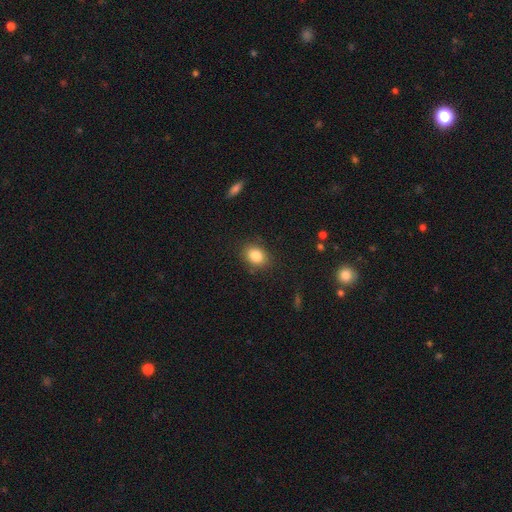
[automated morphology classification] This is clearly a smooth galaxy (84%). How rounded: possibly in between (57%). Merging: clearly none (85%).